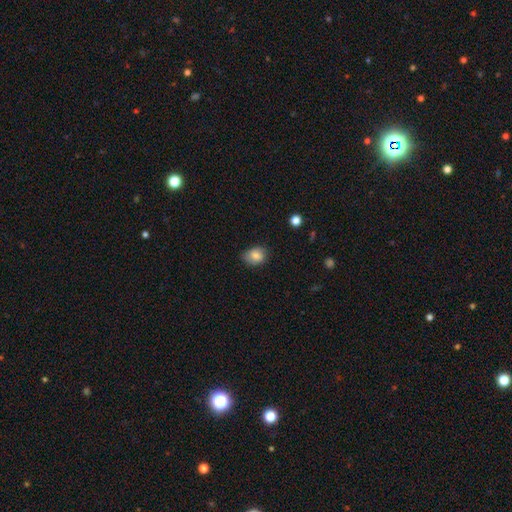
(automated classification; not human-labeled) Smooth or featured: smooth — 83% (star or artifact — 9%)
How rounded: in between — 59% (round — 40%)
Merging: none — 73% (minor disturbance — 22%)